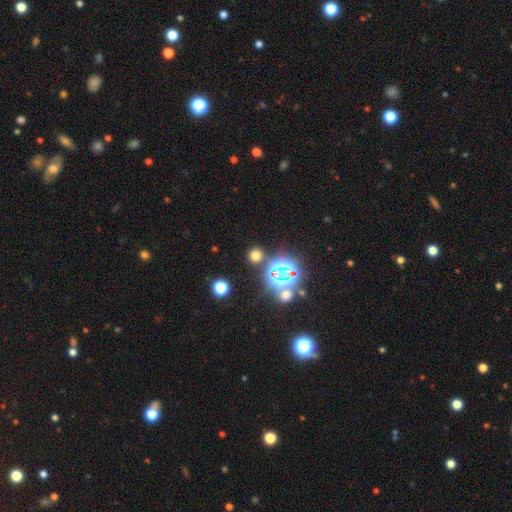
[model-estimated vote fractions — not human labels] smooth 60%, star or artifact 34%, featured or disk 6%. Down the decision tree: how rounded — round (89%); merging — none (84%).